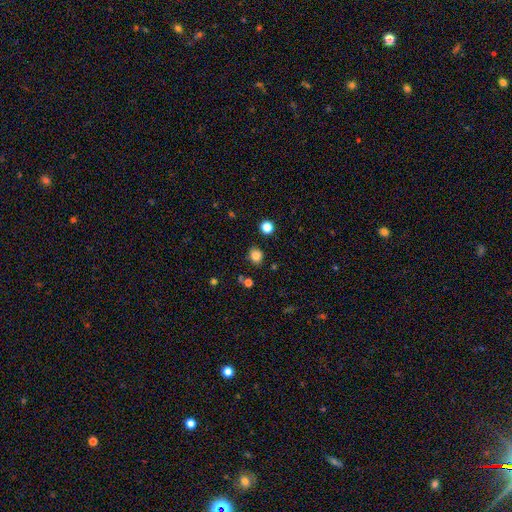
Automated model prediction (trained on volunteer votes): smooth_or_featured: smooth (p=0.82) [alt: star or artifact p=0.13]
how_rounded: round (p=0.79) [alt: in between p=0.20]
merging: none (p=0.86) [alt: minor disturbance p=0.09]